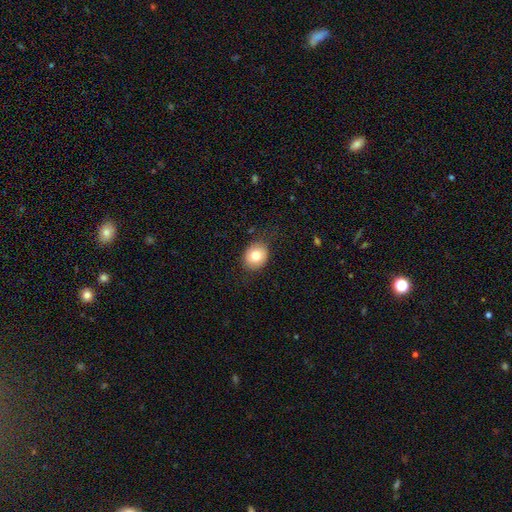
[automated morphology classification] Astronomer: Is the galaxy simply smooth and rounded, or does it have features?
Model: smooth — 76%.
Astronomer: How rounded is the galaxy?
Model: round — 58% (runner-up: in between, 41%).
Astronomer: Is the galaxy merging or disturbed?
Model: none — 80%.